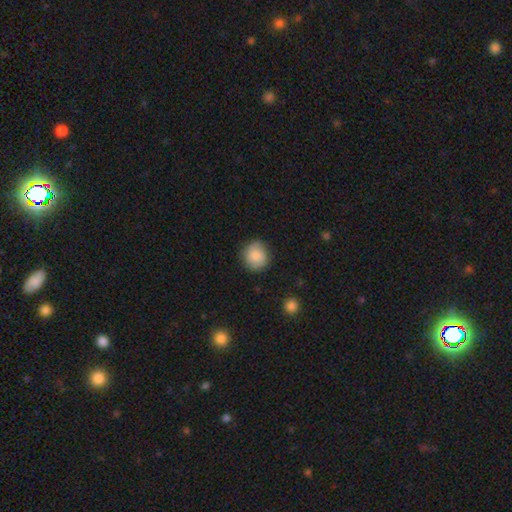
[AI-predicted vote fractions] Smooth or featured: smooth — 85% (star or artifact — 8%)
How rounded: round — 85% (in between — 14%)
Merging: none — 82% (minor disturbance — 14%)